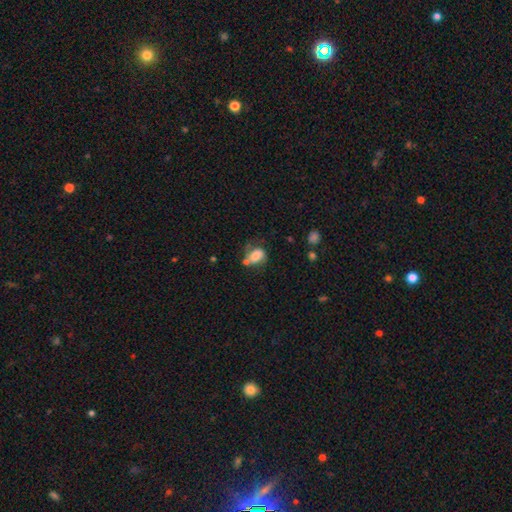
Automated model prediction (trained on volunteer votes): Smooth or featured? smooth (57%)
How rounded? in between (66%)
Merging? none (40%)